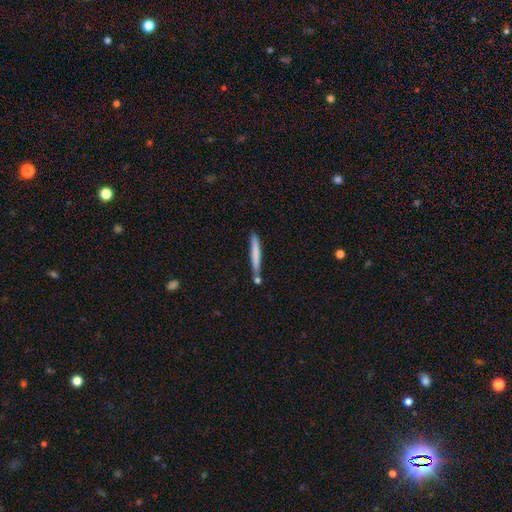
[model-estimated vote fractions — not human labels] This is likely a smooth galaxy (72%). How rounded: clearly cigar-shaped (95%). Merging: likely none (70%).